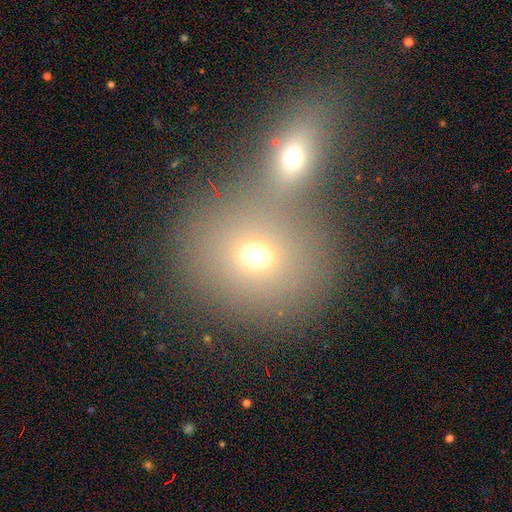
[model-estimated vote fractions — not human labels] Q: Smooth or featured?
A: smooth (67%); runner-up: featured or disk (17%)
Q: How rounded?
A: round (72%); runner-up: in between (27%)
Q: Merging?
A: merger (56%); runner-up: none (34%)